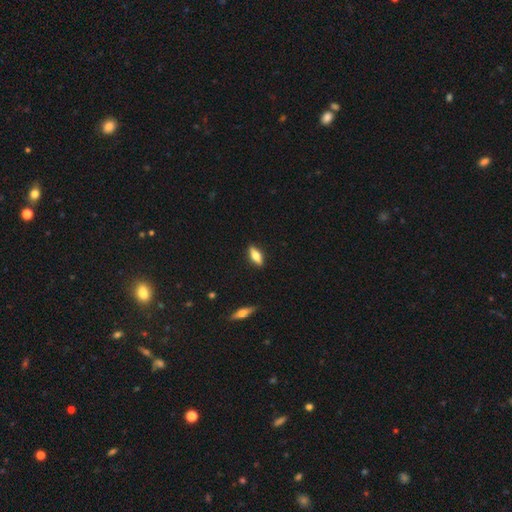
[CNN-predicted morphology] This is possibly a smooth galaxy (56%). How rounded: likely in between (62%). Merging: clearly none (88%).